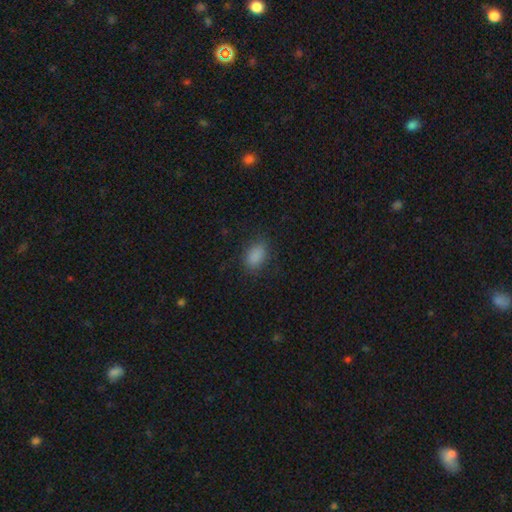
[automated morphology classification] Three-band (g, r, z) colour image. It shows a smooth galaxy with no disk features (87%) that is in between round and cigar-shaped (85%). Merging: none (82%).